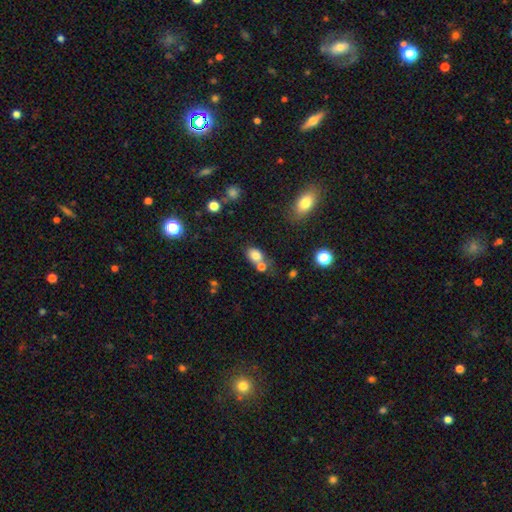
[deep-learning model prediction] smooth_or_featured: smooth (p=0.79) [alt: star or artifact p=0.11]
how_rounded: in between (p=0.68) [alt: round p=0.30]
merging: none (p=0.45) [alt: merger p=0.37]